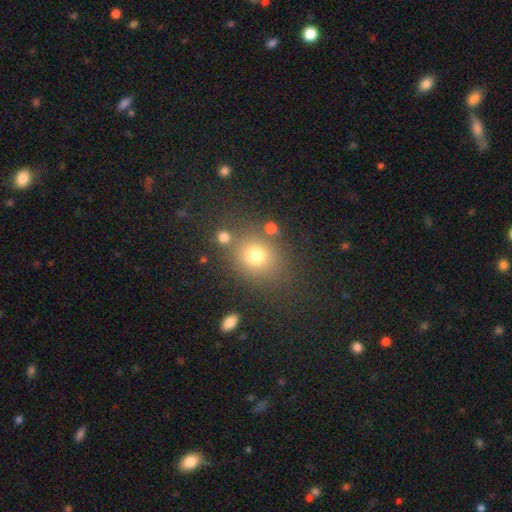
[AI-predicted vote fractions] Smooth or featured: smooth — 74% (star or artifact — 16%)
How rounded: round — 71% (in between — 28%)
Merging: none — 75% (minor disturbance — 11%)